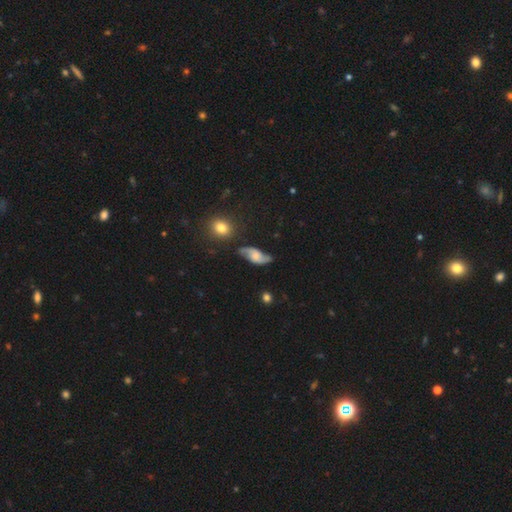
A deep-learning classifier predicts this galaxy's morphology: Smooth or featured?
  - featured or disk: 68% *
  - smooth: 24%
  - star or artifact: 7%
Edge-on disk?
  - no: 93% *
  - yes: 7%
Bar?
  - no: 63% *
  - weak: 30%
  - strong: 7%
Spiral arms?
  - yes: 92% *
  - no: 8%
Spiral winding?
  - loose: 55% *
  - medium: 33%
  - tight: 13%
Spiral arm count?
  - 2: 90% *
  - can't tell: 5%
  - 1: 2%
  - 3: 1%
  - 4: 1%
  - more than 4: 1%
Bulge size?
  - small: 40% *
  - moderate: 38%
  - none: 12%
  - large: 8%
  - dominant: 2%
Merging?
  - none: 68% *
  - minor disturbance: 22%
  - major disturbance: 7%
  - merger: 3%